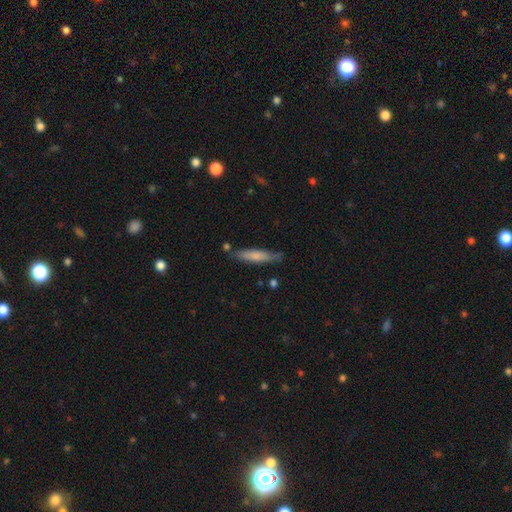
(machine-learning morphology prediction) Overall: smooth (70%). How rounded: cigar-shaped (84%). Merging: none (76%).